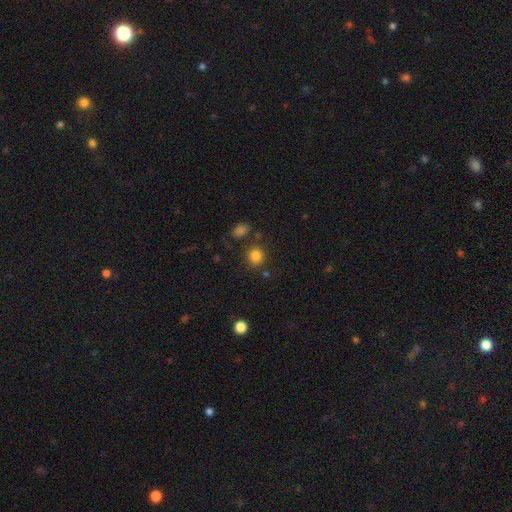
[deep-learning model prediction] Smooth or featured: smooth — 82% (star or artifact — 12%)
How rounded: round — 83% (in between — 16%)
Merging: none — 81% (minor disturbance — 10%)